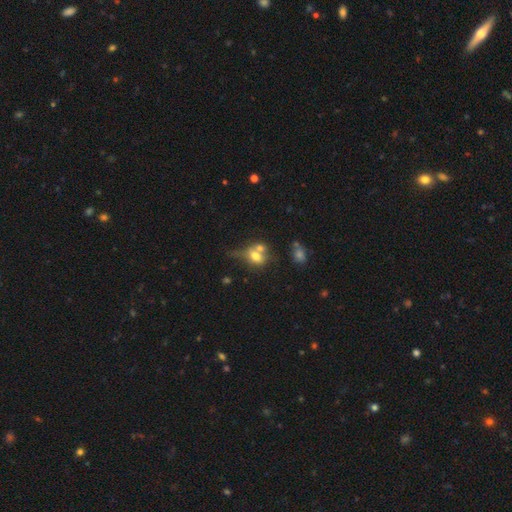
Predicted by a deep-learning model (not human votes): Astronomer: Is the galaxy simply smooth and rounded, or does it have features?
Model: smooth — 67%.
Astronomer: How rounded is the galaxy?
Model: in between — 61%.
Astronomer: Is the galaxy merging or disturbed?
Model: merger — 46% (runner-up: none, 28%).